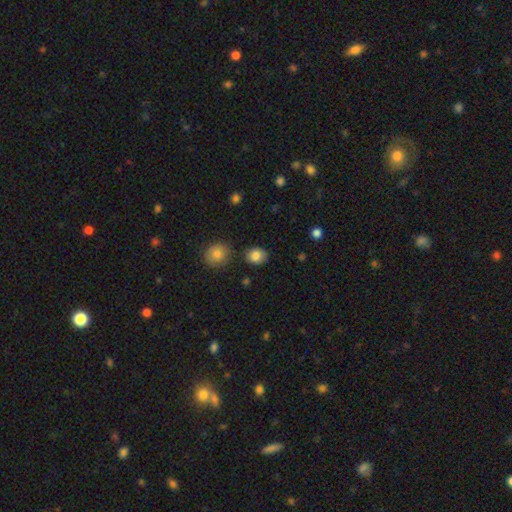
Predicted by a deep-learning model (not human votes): Morphology: type=smooth (85%); roundness=round (58%); merging=none (82%).